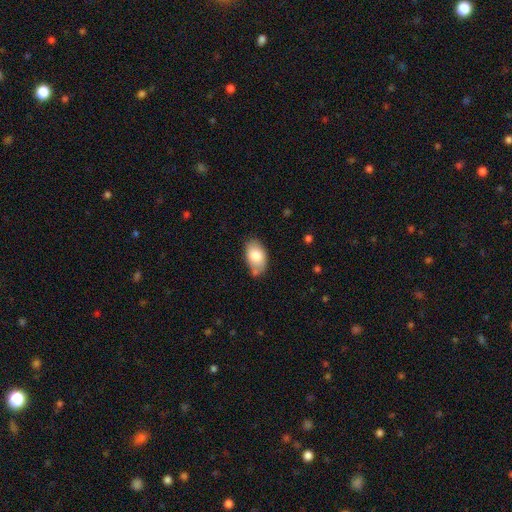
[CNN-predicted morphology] smooth 81%, featured or disk 12%, star or artifact 7%. Down the decision tree: how rounded — in between (92%); merging — none (67%).